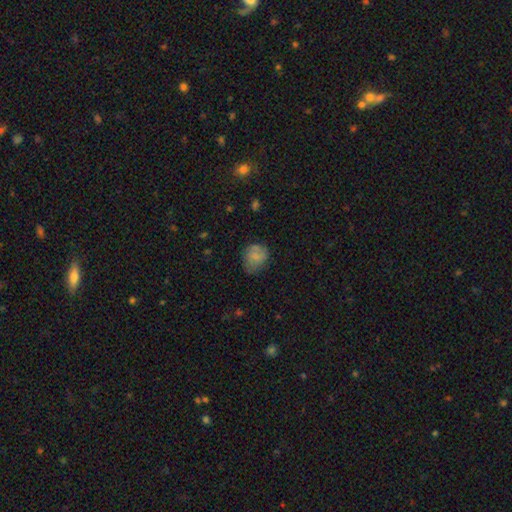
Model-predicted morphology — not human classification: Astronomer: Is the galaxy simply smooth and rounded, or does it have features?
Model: smooth — 69%.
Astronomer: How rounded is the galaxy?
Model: round — 63%.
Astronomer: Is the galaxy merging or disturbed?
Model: none — 56%.